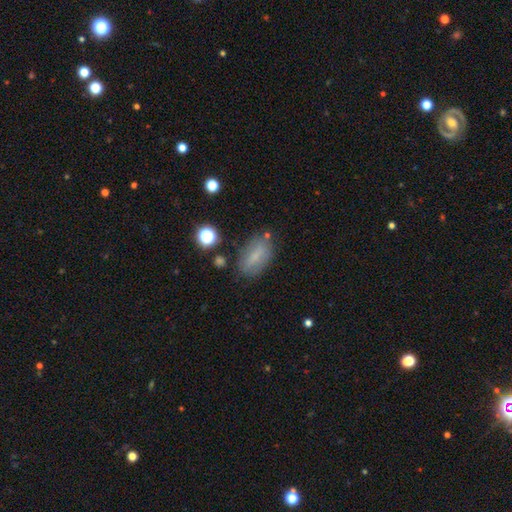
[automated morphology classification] Overall: smooth (69%). How rounded: in between (85%). Merging: none (73%).